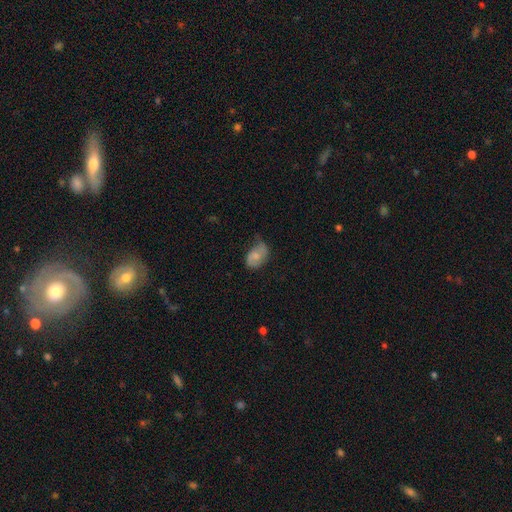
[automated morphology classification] This appears to be a smooth galaxy with no disk features (61%) that is in between round and cigar-shaped (86%). Merging: none (44%).